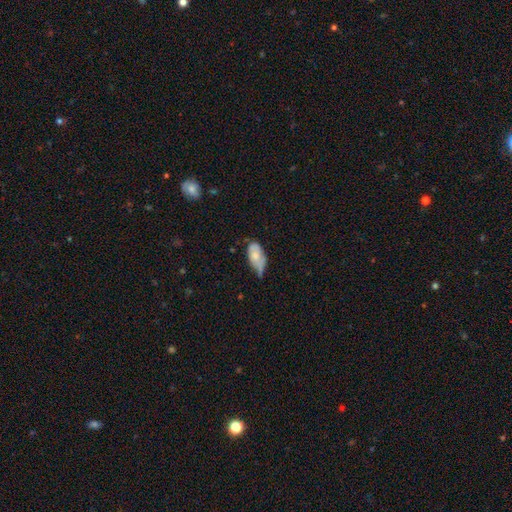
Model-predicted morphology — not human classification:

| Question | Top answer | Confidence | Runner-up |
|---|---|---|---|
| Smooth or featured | smooth | 65% | featured or disk (29%) |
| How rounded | in between | 92% | round (4%) |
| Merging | minor disturbance | 48% | none (26%) |